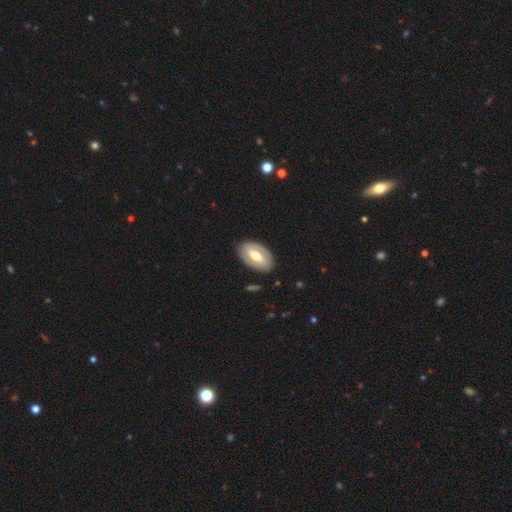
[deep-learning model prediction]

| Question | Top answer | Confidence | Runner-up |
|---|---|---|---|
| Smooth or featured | featured or disk | 65% | smooth (30%) |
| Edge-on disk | no | 91% | yes (9%) |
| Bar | strong | 46% | weak (35%) |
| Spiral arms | yes | 56% | no (44%) |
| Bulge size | moderate | 68% | small (16%) |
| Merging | none | 84% | minor disturbance (11%) |